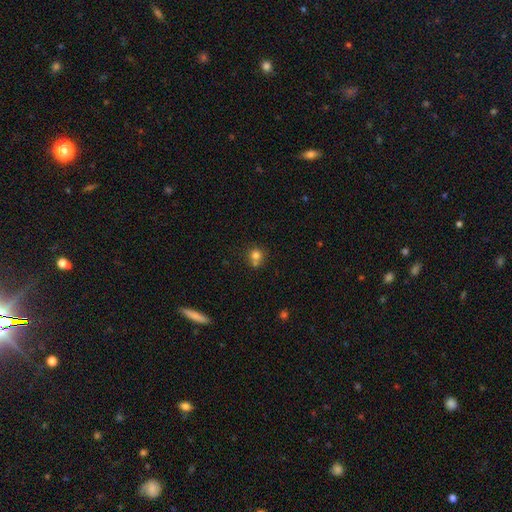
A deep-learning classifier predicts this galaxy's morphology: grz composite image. It shows a smooth galaxy with no disk features (77%) that is round (88%). Merging: none (54%).